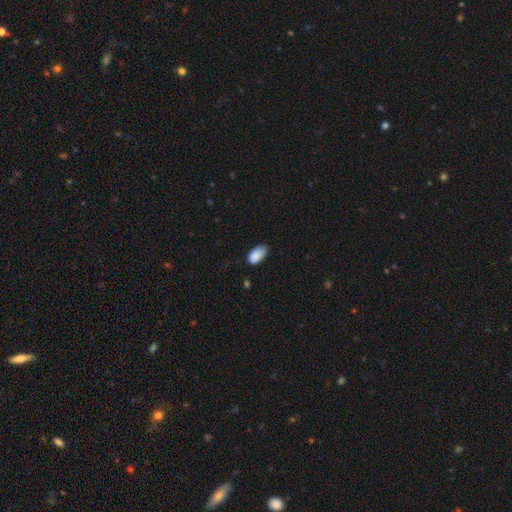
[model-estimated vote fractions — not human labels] smooth 88%, star or artifact 7%, featured or disk 5%. Down the decision tree: how rounded — in between (94%); merging — none (59%).